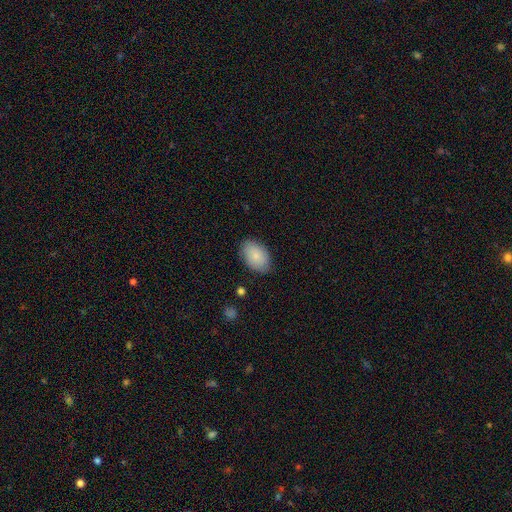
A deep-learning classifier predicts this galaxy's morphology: Smooth or featured? Predicted: smooth (p=0.83). How rounded? Predicted: in between (p=0.90). Merging? Predicted: none (p=0.82).